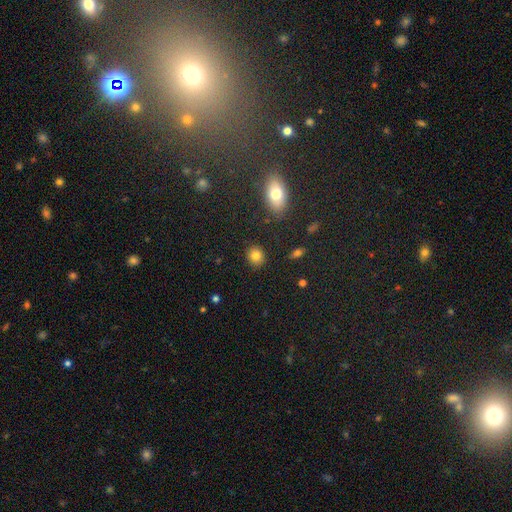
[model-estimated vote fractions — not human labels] smooth_or_featured: smooth (p=0.82) [alt: star or artifact p=0.10]
how_rounded: round (p=0.76) [alt: in between p=0.23]
merging: none (p=0.88) [alt: minor disturbance p=0.08]